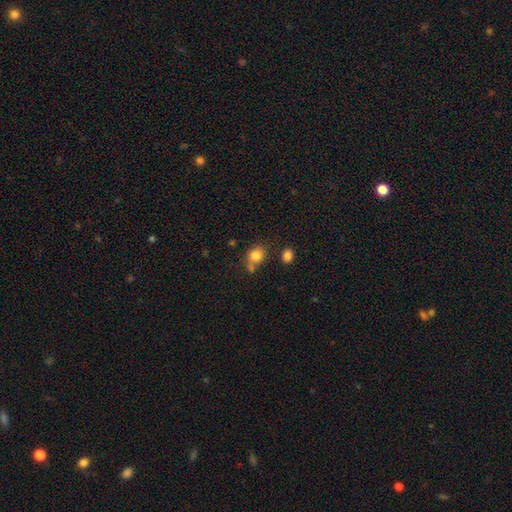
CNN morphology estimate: Q: Smooth or featured?
A: smooth (81%); runner-up: star or artifact (11%)
Q: How rounded?
A: round (58%); runner-up: in between (41%)
Q: Merging?
A: none (57%); runner-up: minor disturbance (19%)